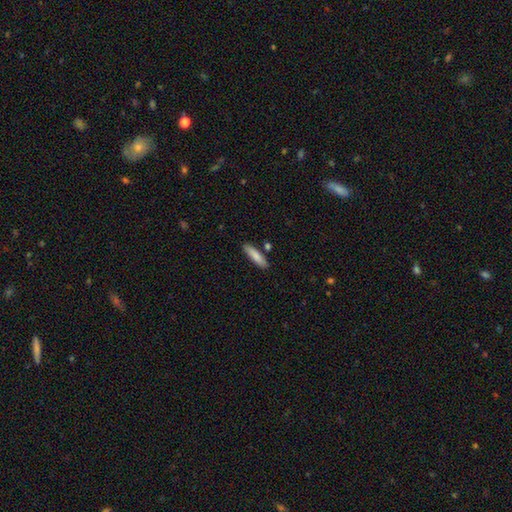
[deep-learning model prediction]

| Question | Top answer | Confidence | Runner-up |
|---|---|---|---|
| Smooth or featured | smooth | 83% | featured or disk (12%) |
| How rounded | cigar-shaped | 74% | in between (25%) |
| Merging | none | 84% | minor disturbance (10%) |